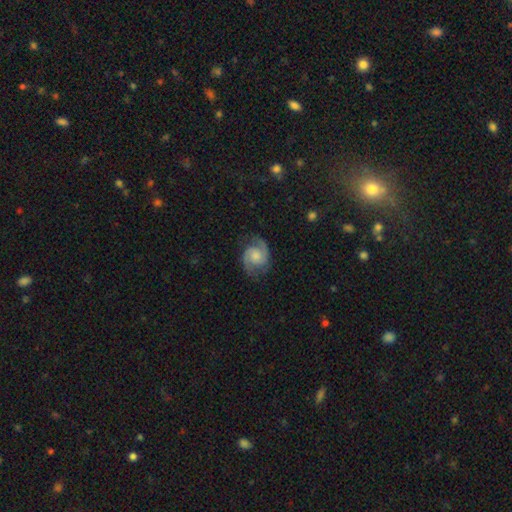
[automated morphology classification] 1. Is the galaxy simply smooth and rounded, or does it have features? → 85% featured or disk, 10% smooth, 5% star or artifact.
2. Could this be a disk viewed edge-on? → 98% no, 2% yes.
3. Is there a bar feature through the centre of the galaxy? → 65% no, 30% weak, 4% strong.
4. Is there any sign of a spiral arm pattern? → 98% yes, 2% no.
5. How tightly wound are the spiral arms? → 52% medium, 35% tight, 13% loose.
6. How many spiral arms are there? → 91% 2, 3% can't tell, 2% 3, 2% 1, 1% 4, 1% more than 4.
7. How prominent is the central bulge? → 42% moderate, 35% small, 13% none, 7% large, 2% dominant.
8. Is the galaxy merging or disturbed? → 78% none, 16% minor disturbance, 6% major disturbance, 1% merger.